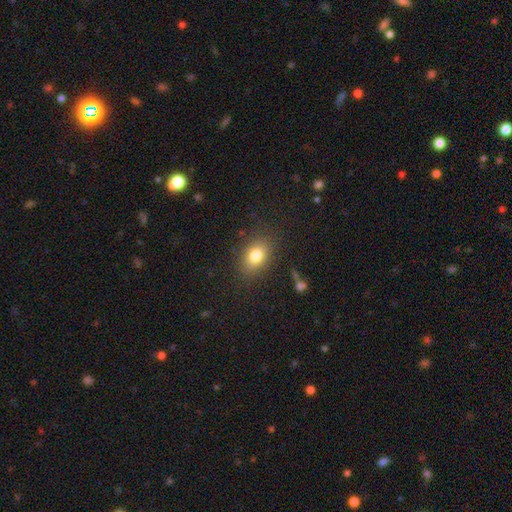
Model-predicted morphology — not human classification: This is likely a smooth galaxy (80%). How rounded: likely in between (76%). Merging: clearly none (84%).